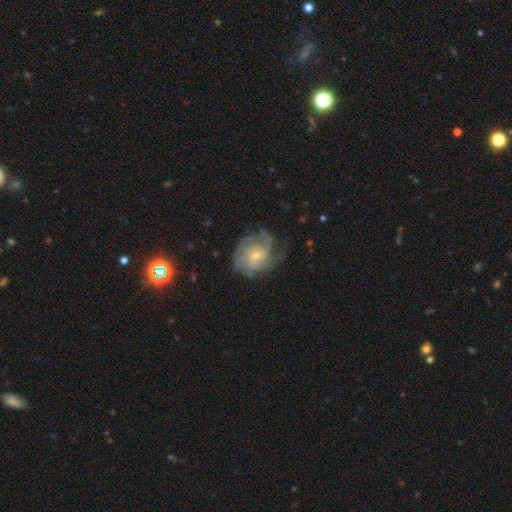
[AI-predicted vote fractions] This is clearly a featured or disk galaxy (82%). It is clearly not viewed edge-on (97%). Bar: likely no (68%). Spiral arm pattern: clearly yes (95%). Spiral arm count: marginally can't tell (32%). Spiral winding: possibly tight (57%). Central bulge: likely small (64%). Merging: likely none (64%).